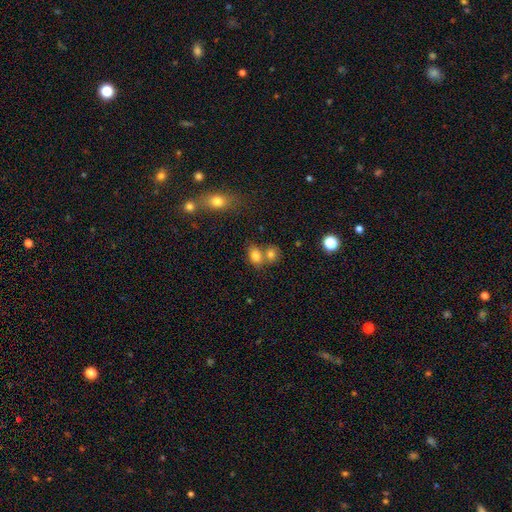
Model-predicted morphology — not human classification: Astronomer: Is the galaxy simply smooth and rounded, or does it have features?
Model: smooth — 79%.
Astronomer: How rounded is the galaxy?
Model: in between — 64%.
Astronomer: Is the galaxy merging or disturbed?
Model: none — 44% (runner-up: merger, 43%).